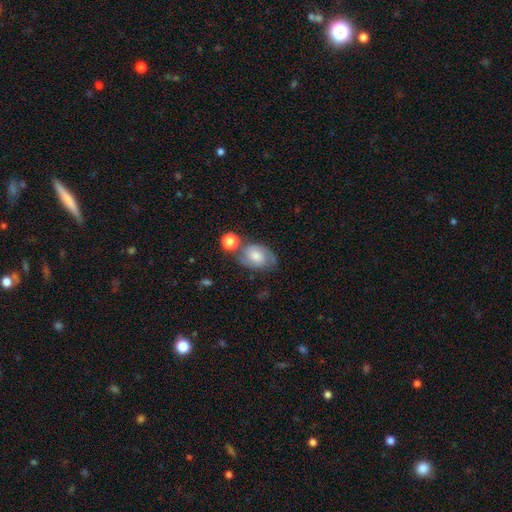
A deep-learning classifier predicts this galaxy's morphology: Smooth or featured? featured or disk (57%)
Edge-on disk? no (96%)
Bar? no (63%)
Spiral arms? yes (88%)
Bulge size? moderate (46%)
Merging? none (57%)